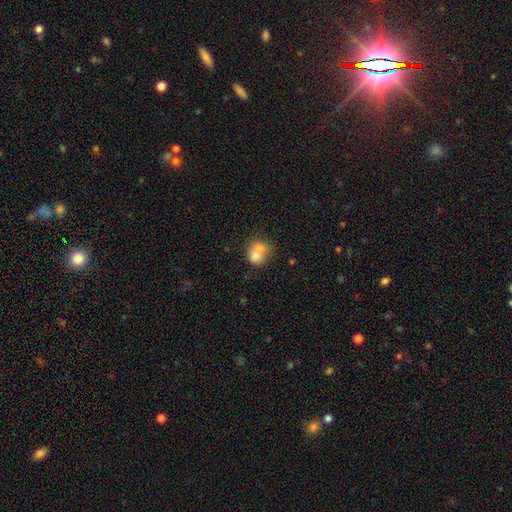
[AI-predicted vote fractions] Morphology: type=smooth (72%); roundness=round (54%); merging=merger (56%).